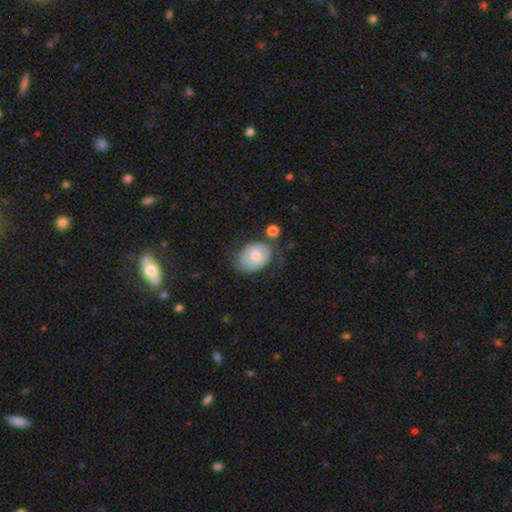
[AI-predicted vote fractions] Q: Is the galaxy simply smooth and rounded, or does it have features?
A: smooth — 66%.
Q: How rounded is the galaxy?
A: in between — 67%.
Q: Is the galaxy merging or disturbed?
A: none — 54%.